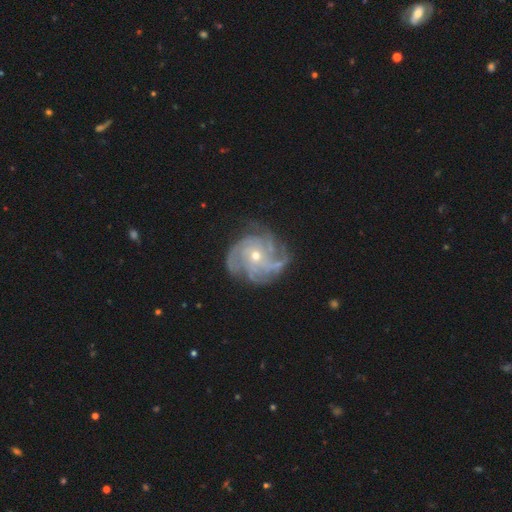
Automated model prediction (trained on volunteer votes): Q: Smooth or featured?
A: featured or disk (88%); runner-up: star or artifact (7%)
Q: Edge-on disk?
A: no (98%); runner-up: yes (2%)
Q: Bar?
A: no (77%); runner-up: weak (19%)
Q: Spiral arms?
A: yes (96%); runner-up: no (4%)
Q: Spiral winding?
A: tight (56%); runner-up: medium (35%)
Q: Spiral arm count?
A: 4 (31%); runner-up: can't tell (20%)
Q: Bulge size?
A: small (63%); runner-up: moderate (34%)
Q: Merging?
A: none (71%); runner-up: minor disturbance (18%)